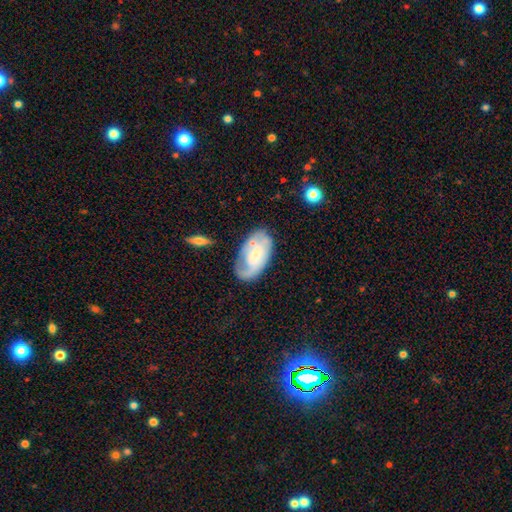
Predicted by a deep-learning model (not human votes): featured or disk 56%, smooth 37%, star or artifact 7%. Down the decision tree: edge-on disk — no (95%); bar — no (60%); spiral arms — yes (77%); bulge size — small (51%); merging — none (54%).